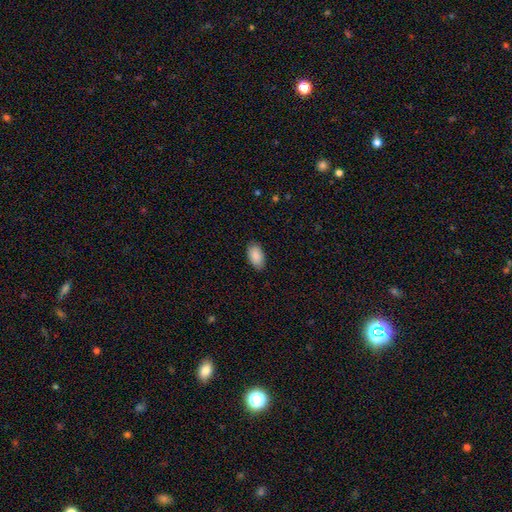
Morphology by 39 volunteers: smooth_or_featured: smooth (p=0.95) [alt: star or artifact p=0.05]
how_rounded: in between (p=0.95) [alt: round p=0.05]
merging: none (p=0.92) [alt: minor disturbance p=0.08]